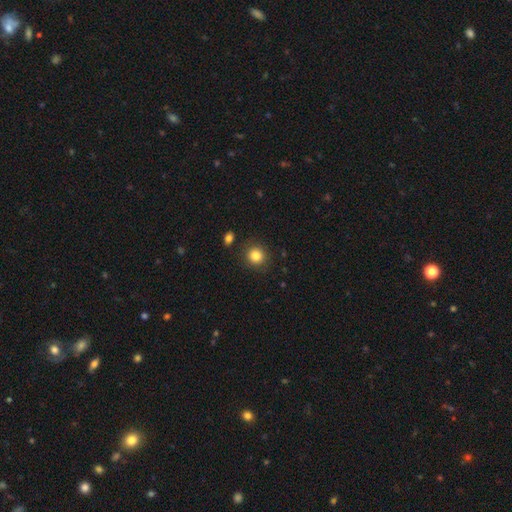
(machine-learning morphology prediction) smooth_or_featured: smooth (p=0.84) [alt: star or artifact p=0.11]
how_rounded: round (p=0.91) [alt: in between p=0.08]
merging: none (p=0.88) [alt: minor disturbance p=0.07]